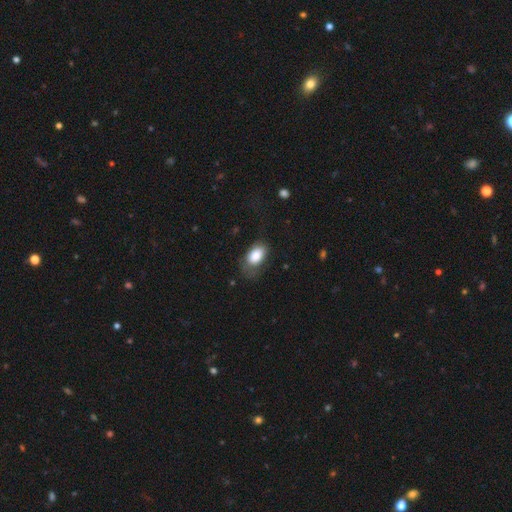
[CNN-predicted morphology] Smooth or featured: smooth — 83% (featured or disk — 9%)
How rounded: in between — 91% (round — 7%)
Merging: none — 48% (minor disturbance — 30%)